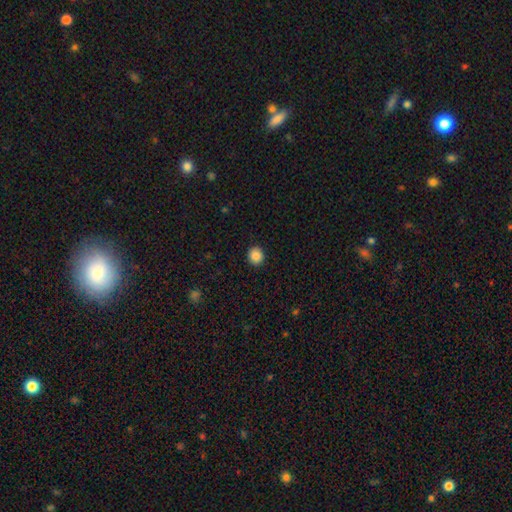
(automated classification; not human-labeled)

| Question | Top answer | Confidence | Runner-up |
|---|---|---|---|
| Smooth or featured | smooth | 87% | star or artifact (9%) |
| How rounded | round | 85% | in between (14%) |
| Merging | none | 92% | minor disturbance (5%) |